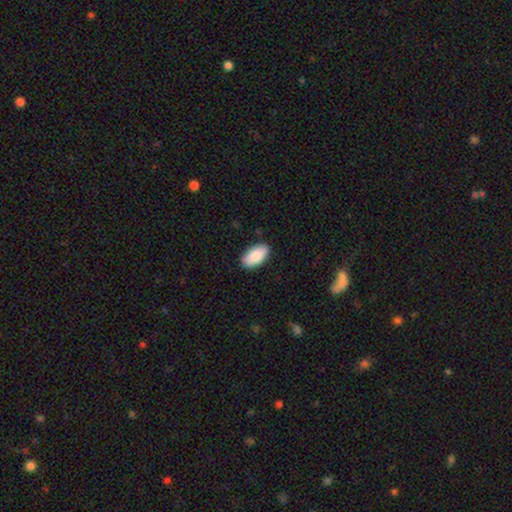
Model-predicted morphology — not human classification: A smooth galaxy with no disk features (89%) that is in between round and cigar-shaped (95%).

Vote fractions:
- Smooth or featured? smooth: 89% / star or artifact: 6% / featured or disk: 6%
- How rounded? in between: 95% / cigar-shaped: 2% / round: 2%
- Merging? none: 87% / minor disturbance: 10% / major disturbance: 2% / merger: 1%